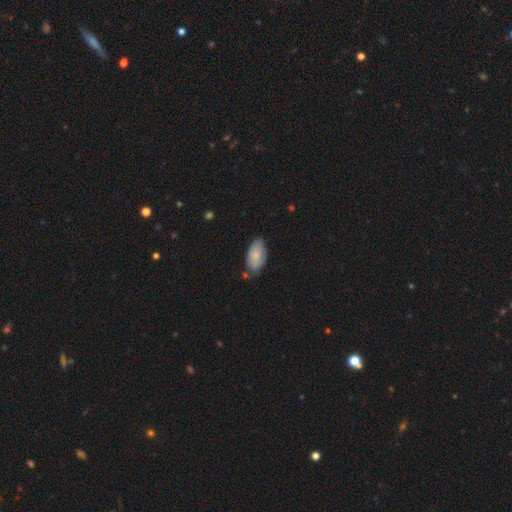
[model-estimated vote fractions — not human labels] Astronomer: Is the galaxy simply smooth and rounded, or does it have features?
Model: smooth — 80%.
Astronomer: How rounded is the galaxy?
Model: in between — 94%.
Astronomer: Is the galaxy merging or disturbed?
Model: none — 69%.